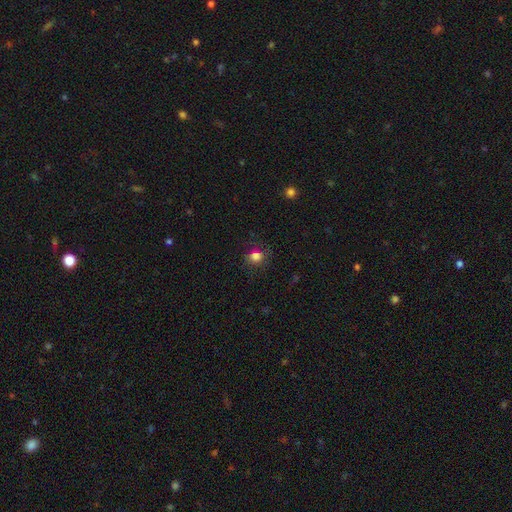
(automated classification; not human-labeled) This is likely a smooth galaxy (79%). How rounded: possibly round (57%). Merging: likely none (75%).